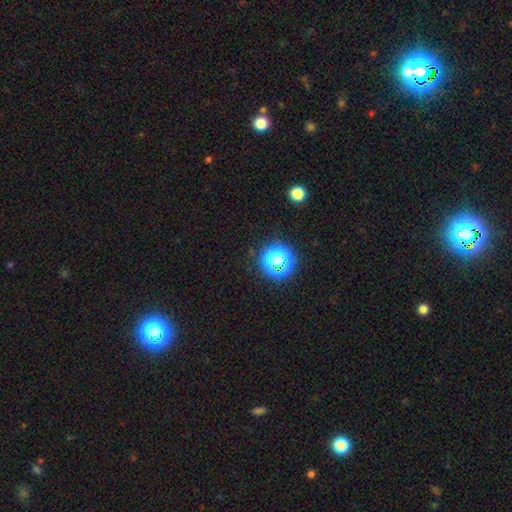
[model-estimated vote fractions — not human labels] This appears to be a star or artifact, not a galaxy (73%).